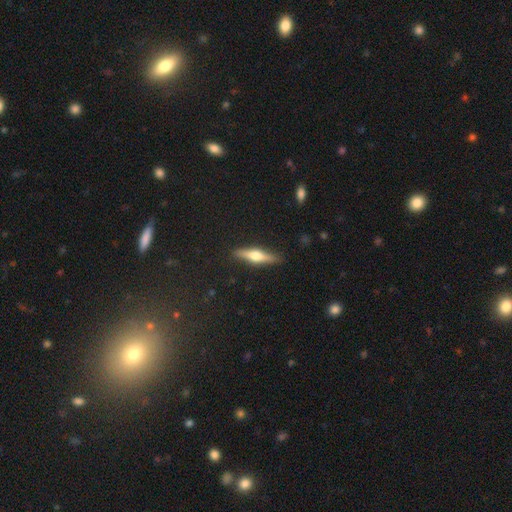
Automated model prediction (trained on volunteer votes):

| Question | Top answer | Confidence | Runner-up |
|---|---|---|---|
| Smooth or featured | featured or disk | 57% | smooth (37%) |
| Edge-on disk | yes | 96% | no (4%) |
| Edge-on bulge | rounded | 93% | boxy (4%) |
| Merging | none | 89% | minor disturbance (8%) |